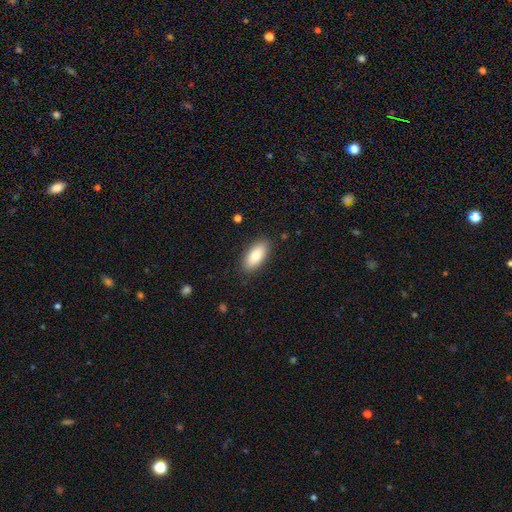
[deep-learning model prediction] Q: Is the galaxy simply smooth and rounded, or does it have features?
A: smooth — 82%.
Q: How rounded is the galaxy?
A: in between — 89%.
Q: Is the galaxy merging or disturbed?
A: none — 88%.